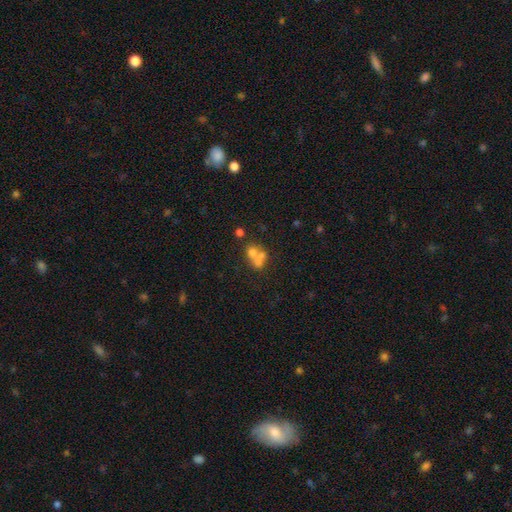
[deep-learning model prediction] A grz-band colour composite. It shows a smooth galaxy with no disk features (57%) that is round (56%). Merging: merger (59%).